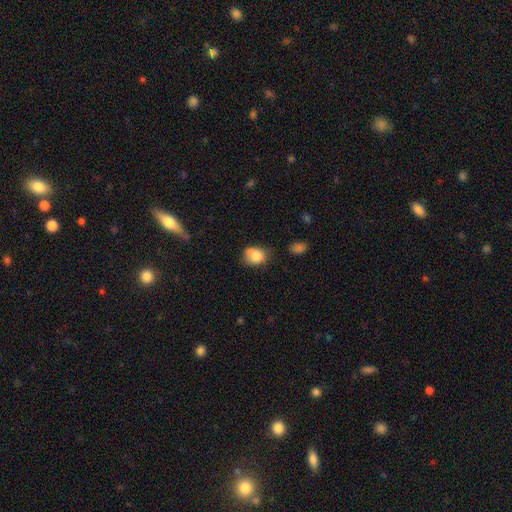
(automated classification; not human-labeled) A smooth galaxy with no disk features (79%) that is in between round and cigar-shaped (54%).

Vote fractions:
- Smooth or featured? smooth: 79% / featured or disk: 12% / star or artifact: 9%
- How rounded? in between: 54% / round: 45% / cigar-shaped: 1%
- Merging? none: 46% / minor disturbance: 34% / major disturbance: 11% / merger: 9%